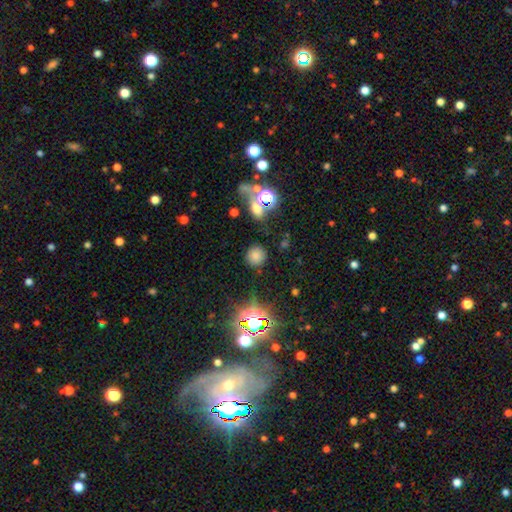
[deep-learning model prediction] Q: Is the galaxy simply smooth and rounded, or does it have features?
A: smooth — 71%.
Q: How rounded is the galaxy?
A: round — 89%.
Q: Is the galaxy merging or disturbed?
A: none — 81%.